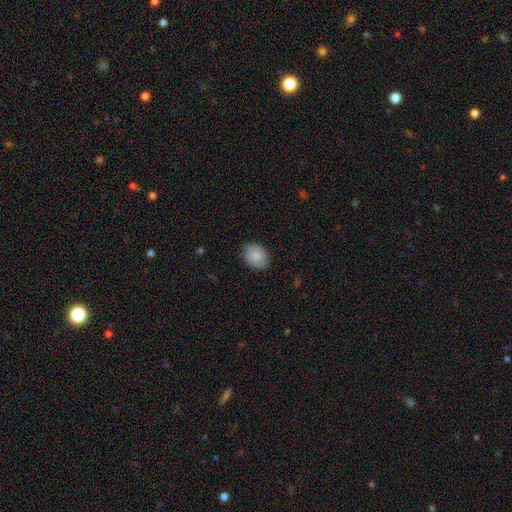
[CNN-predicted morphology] This is clearly a smooth galaxy (86%). How rounded: likely in between (62%). Merging: clearly none (84%).